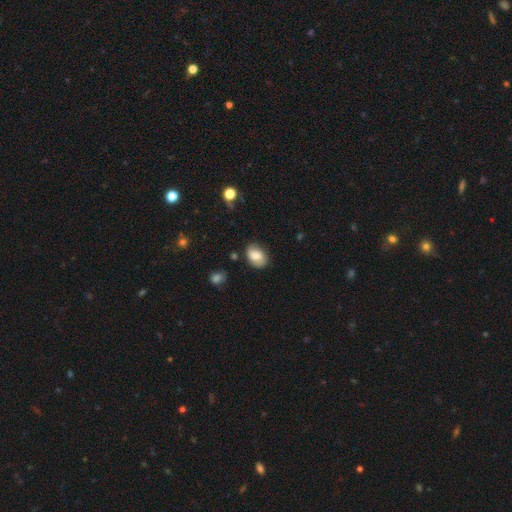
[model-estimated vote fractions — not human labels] Morphology: type=smooth (75%); roundness=in between (83%); merging=none (73%).